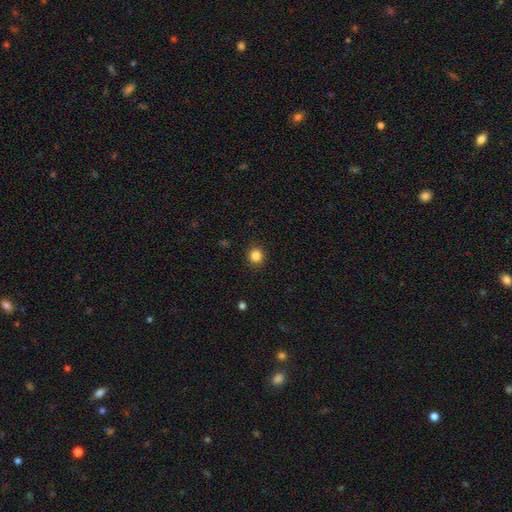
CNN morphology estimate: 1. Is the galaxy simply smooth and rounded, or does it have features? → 84% smooth, 12% star or artifact, 4% featured or disk.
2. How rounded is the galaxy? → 91% round, 8% in between, 1% cigar-shaped.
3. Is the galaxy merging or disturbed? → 92% none, 5% minor disturbance, 2% major disturbance, 1% merger.